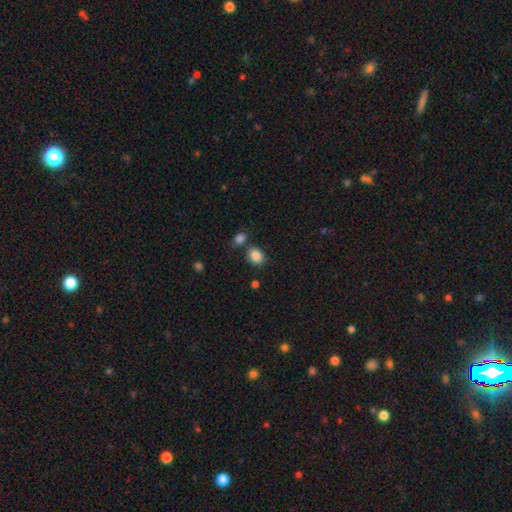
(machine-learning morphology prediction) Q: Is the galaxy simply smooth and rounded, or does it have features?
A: smooth — 86%.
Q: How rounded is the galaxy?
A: round — 53%.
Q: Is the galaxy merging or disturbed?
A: none — 73%.